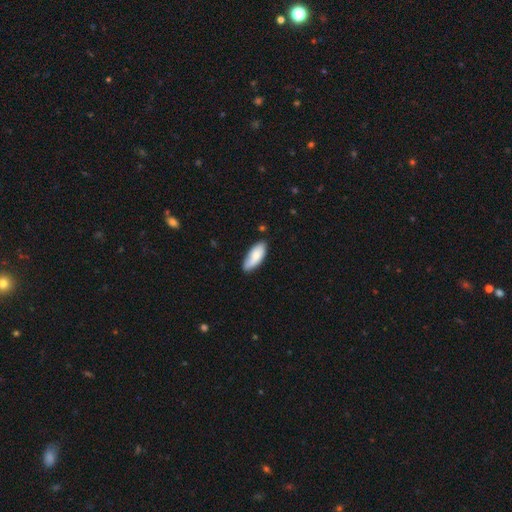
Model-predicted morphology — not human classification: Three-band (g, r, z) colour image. It shows a smooth galaxy with no disk features (79%) that is in between round and cigar-shaped (80%). Merging: none (77%).